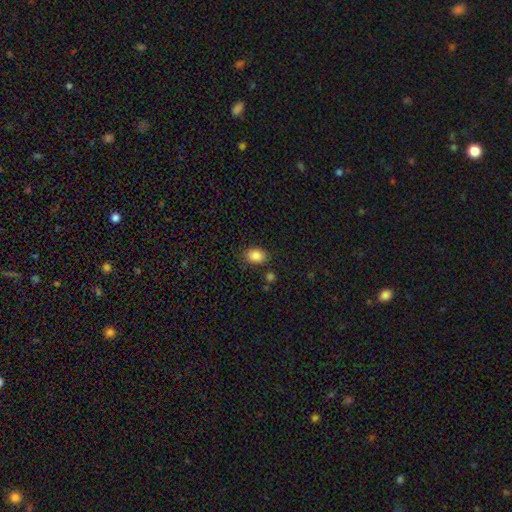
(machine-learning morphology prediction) A smooth galaxy with no disk features (87%) that is in between round and cigar-shaped (78%).

Vote fractions:
- Smooth or featured? smooth: 87% / star or artifact: 9% / featured or disk: 5%
- How rounded? in between: 78% / round: 21% / cigar-shaped: 1%
- Merging? none: 81% / minor disturbance: 12% / major disturbance: 3% / merger: 3%